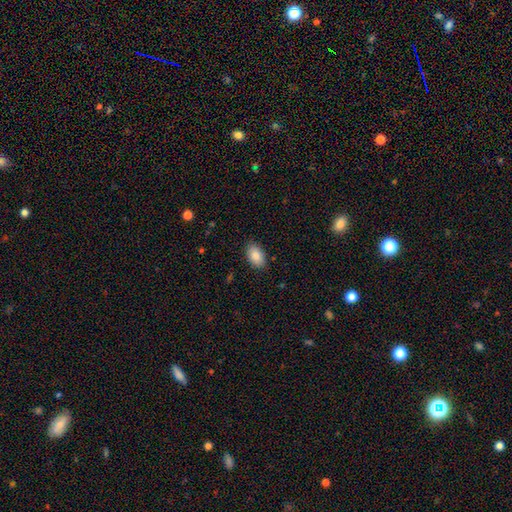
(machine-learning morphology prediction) Overall: smooth (87%). How rounded: in between (92%). Merging: none (87%).